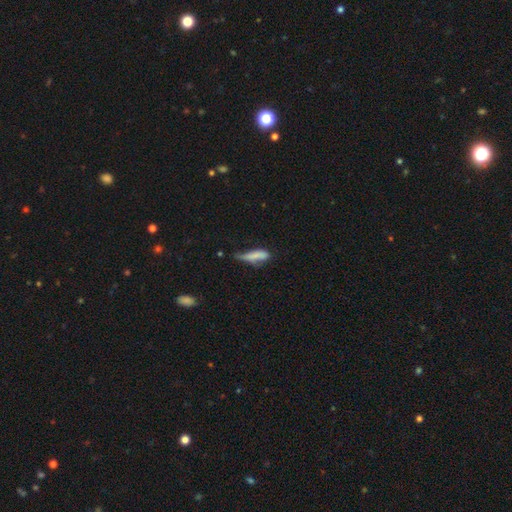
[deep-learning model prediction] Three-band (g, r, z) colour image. It shows a smooth galaxy with no disk features (72%) that is cigar-shaped (60%). Merging: minor disturbance (39%).